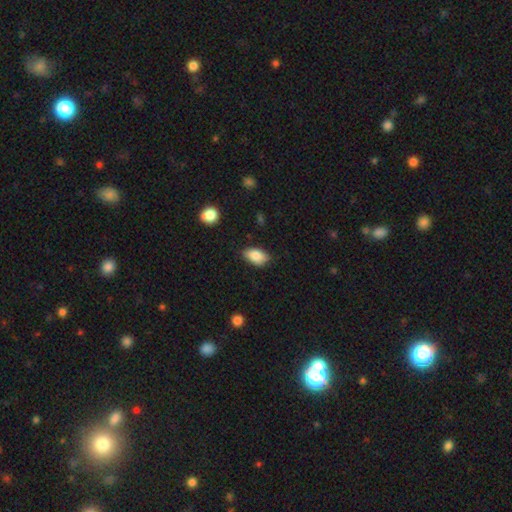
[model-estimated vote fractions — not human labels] Smooth or featured?
  - smooth: 86% *
  - star or artifact: 7%
  - featured or disk: 7%
How rounded?
  - in between: 91% *
  - round: 7%
  - cigar-shaped: 2%
Merging?
  - none: 78% *
  - minor disturbance: 18%
  - major disturbance: 3%
  - merger: 1%